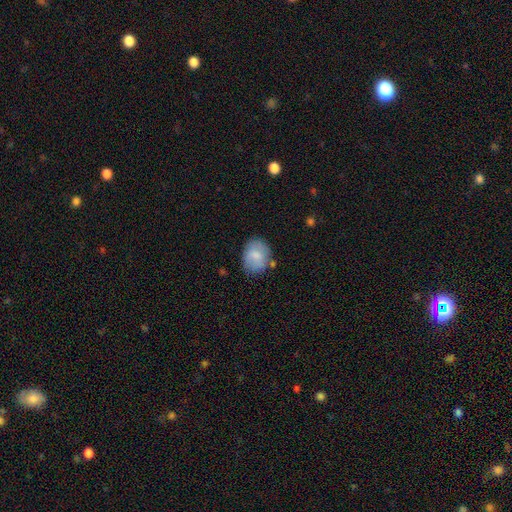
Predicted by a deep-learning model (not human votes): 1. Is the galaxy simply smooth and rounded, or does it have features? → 72% smooth, 21% featured or disk, 7% star or artifact.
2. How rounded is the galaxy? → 52% in between, 47% round, 1% cigar-shaped.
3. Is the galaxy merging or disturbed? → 67% none, 22% minor disturbance, 6% major disturbance, 5% merger.